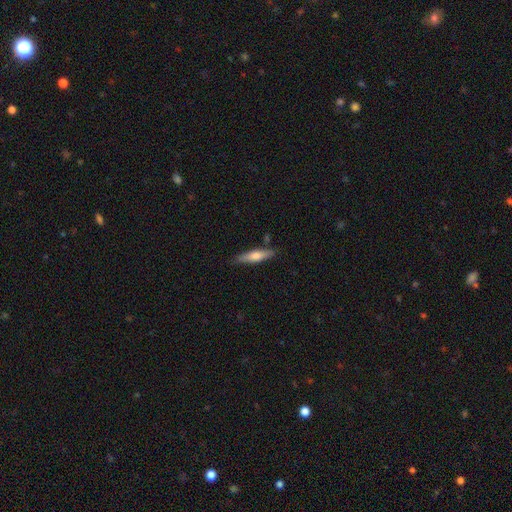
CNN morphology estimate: This is possibly a smooth galaxy (55%). How rounded: likely cigar-shaped (79%). Merging: clearly none (82%).